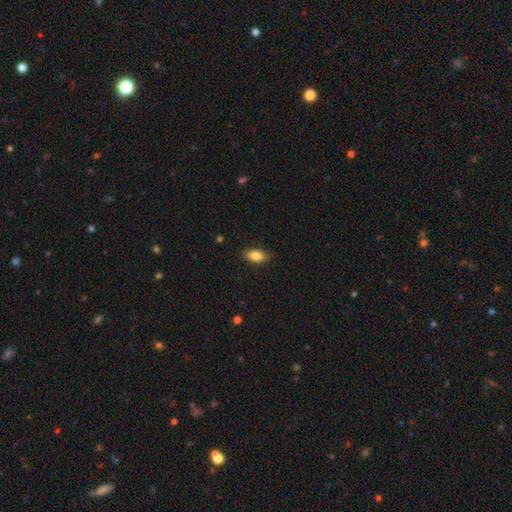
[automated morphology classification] A smooth galaxy with no disk features (83%) that is in between round and cigar-shaped (87%).

Vote fractions:
- Smooth or featured? smooth: 83% / featured or disk: 10% / star or artifact: 7%
- How rounded? in between: 87% / cigar-shaped: 8% / round: 5%
- Merging? none: 86% / minor disturbance: 11% / major disturbance: 2% / merger: 1%